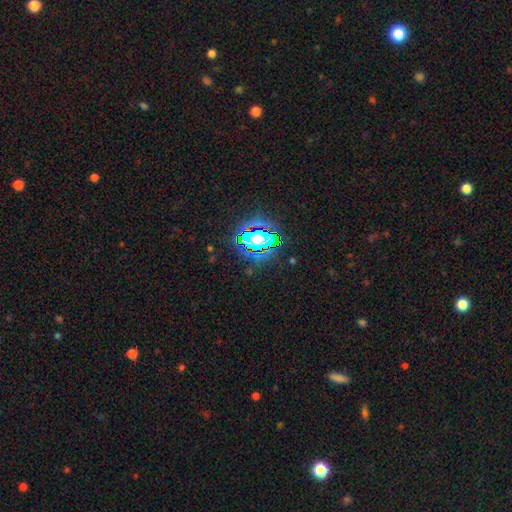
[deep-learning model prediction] Overall: star or artifact (81%).